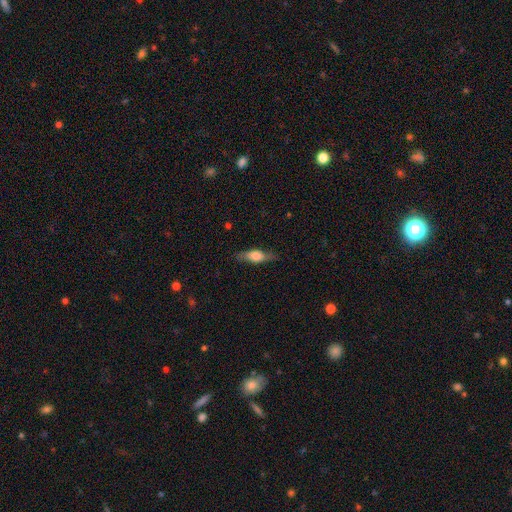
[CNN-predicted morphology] Q: Smooth or featured?
A: smooth (53%); runner-up: featured or disk (40%)
Q: How rounded?
A: in between (53%); runner-up: cigar-shaped (43%)
Q: Merging?
A: none (79%); runner-up: minor disturbance (16%)